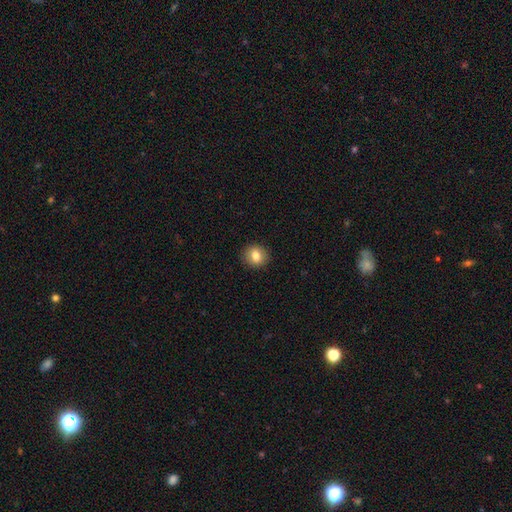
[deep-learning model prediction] Morphology: type=smooth (80%); roundness=round (77%); merging=none (90%).